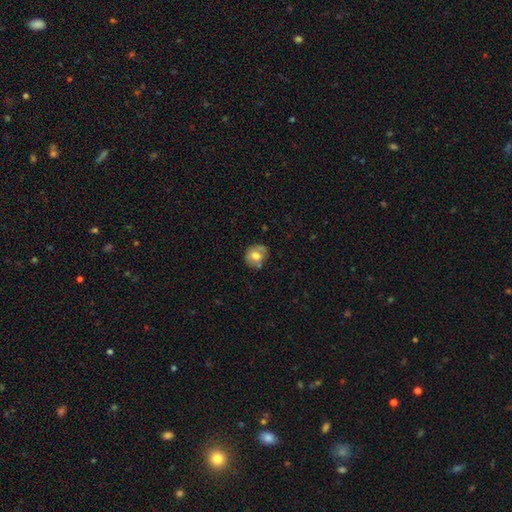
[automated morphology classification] smooth_or_featured: smooth (p=0.66) [alt: featured or disk p=0.25]
how_rounded: round (p=0.67) [alt: in between p=0.32]
merging: none (p=0.65) [alt: minor disturbance p=0.23]